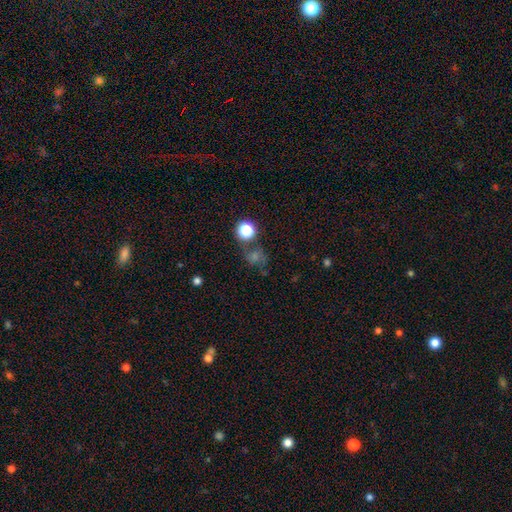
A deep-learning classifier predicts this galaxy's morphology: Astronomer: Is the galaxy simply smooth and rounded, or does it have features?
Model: smooth — 40% (runner-up: star or artifact, 38%).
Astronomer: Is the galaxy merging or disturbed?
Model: none — 62%.